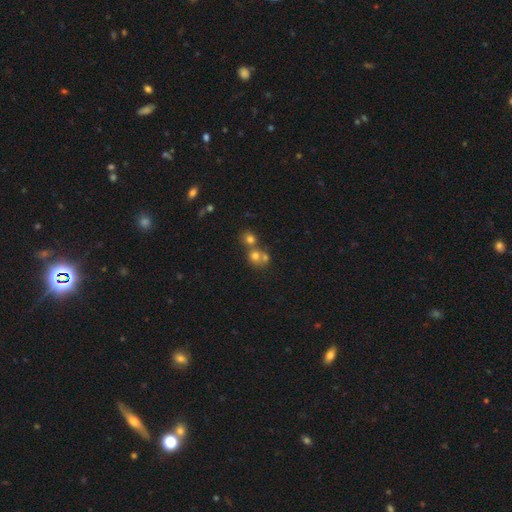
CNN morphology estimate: A smooth galaxy with no disk features (59%) that is round (83%).

Vote fractions:
- Smooth or featured? smooth: 59% / star or artifact: 24% / featured or disk: 17%
- How rounded? round: 83% / in between: 16% / cigar-shaped: 1%
- Merging? merger: 47% / none: 43% / minor disturbance: 6% / major disturbance: 3%